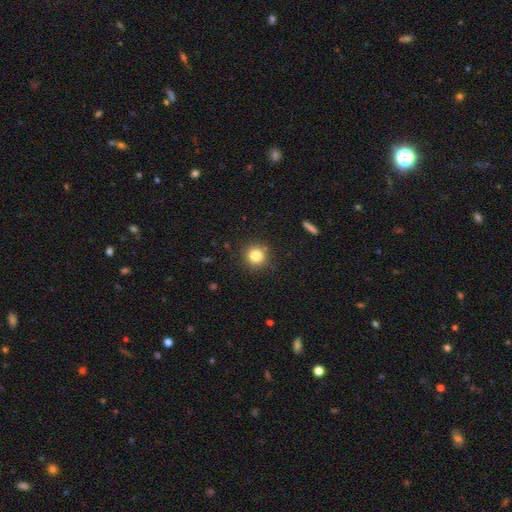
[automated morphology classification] Overall: smooth (82%). How rounded: round (93%). Merging: none (87%).